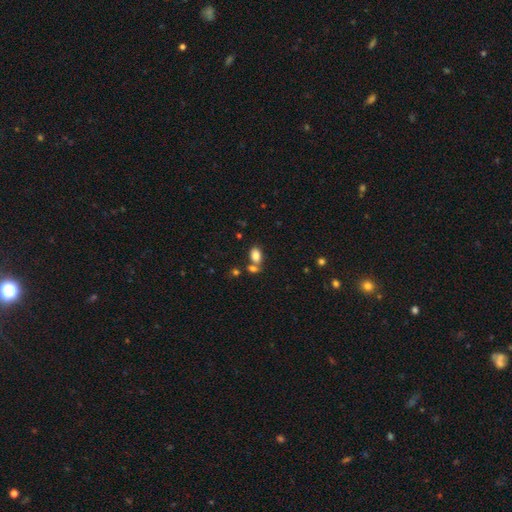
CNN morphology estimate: smooth_or_featured: smooth (p=0.83) [alt: star or artifact p=0.10]
how_rounded: in between (p=0.86) [alt: round p=0.13]
merging: none (p=0.54) [alt: merger p=0.31]